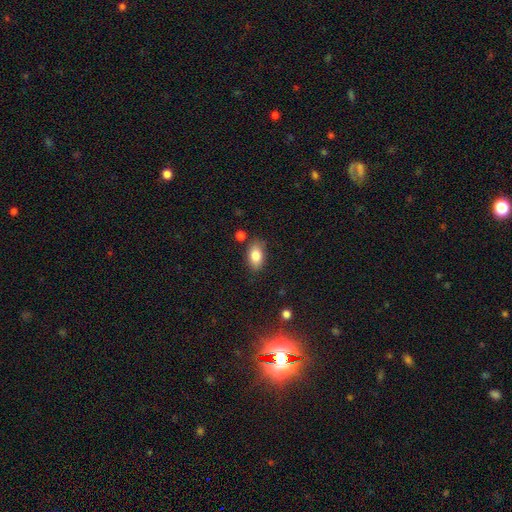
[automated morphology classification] Overall: smooth (82%). How rounded: in between (90%). Merging: none (80%).